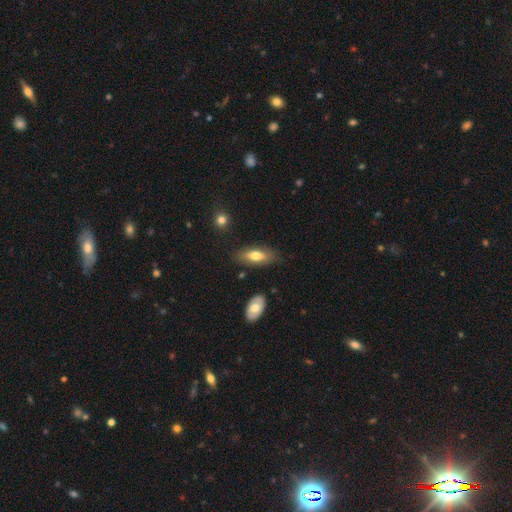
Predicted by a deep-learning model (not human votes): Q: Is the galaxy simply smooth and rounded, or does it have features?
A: smooth — 67%.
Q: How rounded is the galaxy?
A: in between — 76%.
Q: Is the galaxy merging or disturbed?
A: none — 80%.